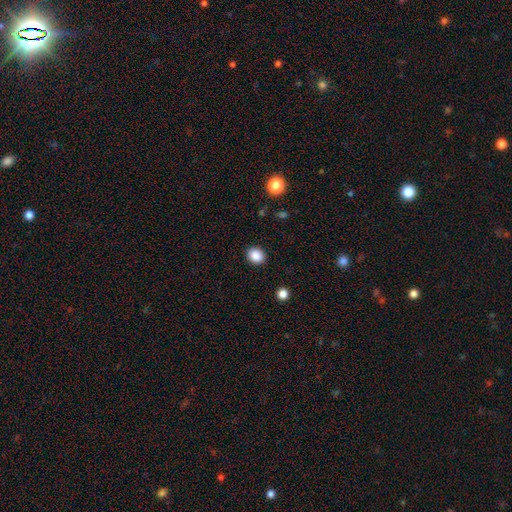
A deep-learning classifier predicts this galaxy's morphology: This is clearly a smooth galaxy (87%). How rounded: likely round (66%). Merging: clearly none (90%).